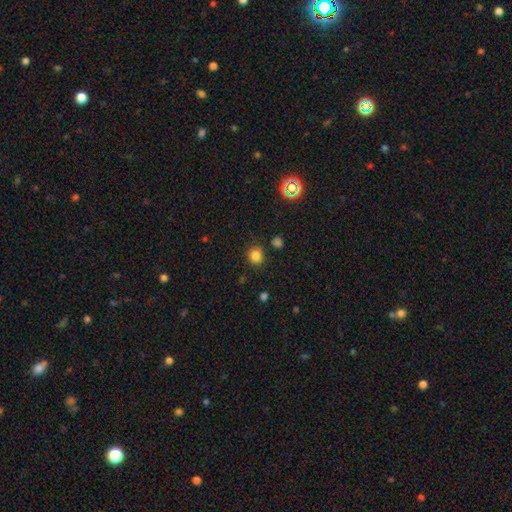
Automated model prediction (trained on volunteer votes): A smooth galaxy with no disk features (82%) that is round (79%).

Vote fractions:
- Smooth or featured? smooth: 82% / star or artifact: 13% / featured or disk: 5%
- How rounded? round: 79% / in between: 20% / cigar-shaped: 1%
- Merging? none: 84% / minor disturbance: 10% / merger: 3% / major disturbance: 3%